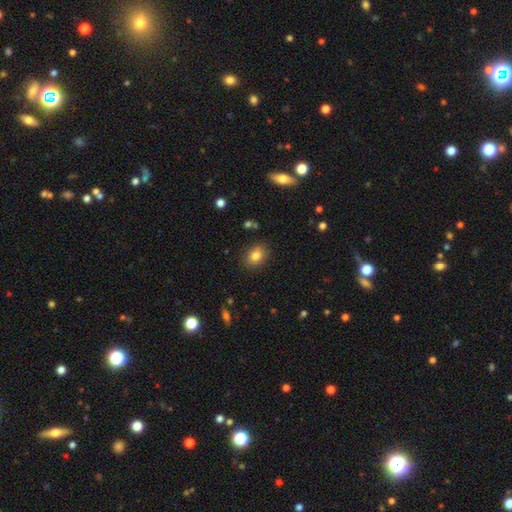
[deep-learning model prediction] Morphology: type=smooth (82%); roundness=in between (56%); merging=none (85%).